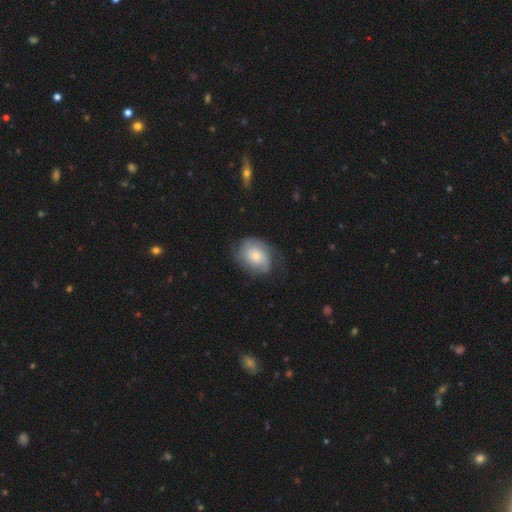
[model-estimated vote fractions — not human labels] Overall: featured or disk (58%; smooth 36%). Edge-on disk: no (97%). Bar: no (81%). Spiral arms: yes (84%). Bulge size: small (62%; moderate 31%). Merging: none (62%; minor disturbance 24%).